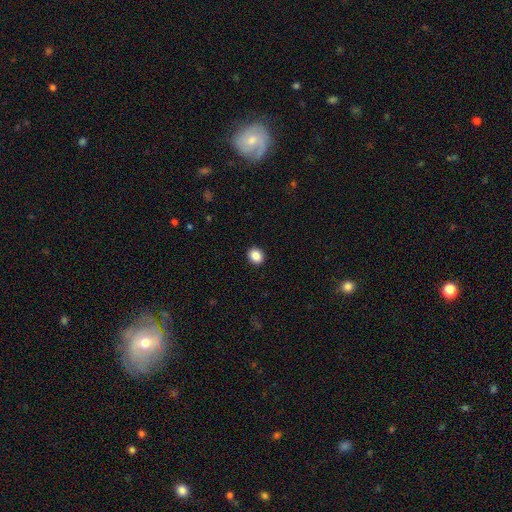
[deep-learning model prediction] This is clearly a smooth galaxy (87%). How rounded: likely round (61%). Merging: clearly none (92%).